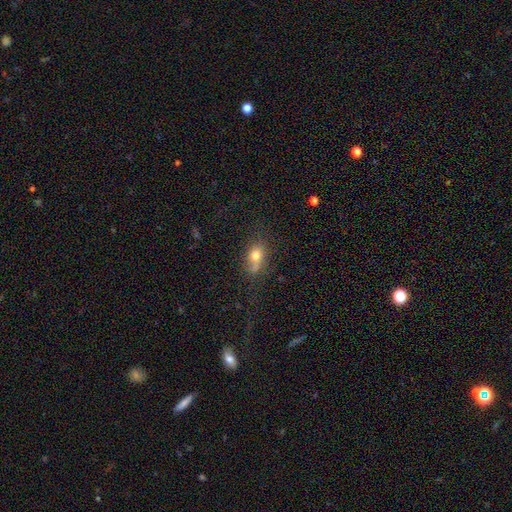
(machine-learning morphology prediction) A smooth galaxy with no disk features (72%) that is in between round and cigar-shaped (70%).

Vote fractions:
- Smooth or featured? smooth: 72% / featured or disk: 16% / star or artifact: 12%
- How rounded? in between: 70% / round: 25% / cigar-shaped: 5%
- Merging? none: 52% / minor disturbance: 24% / merger: 13% / major disturbance: 11%